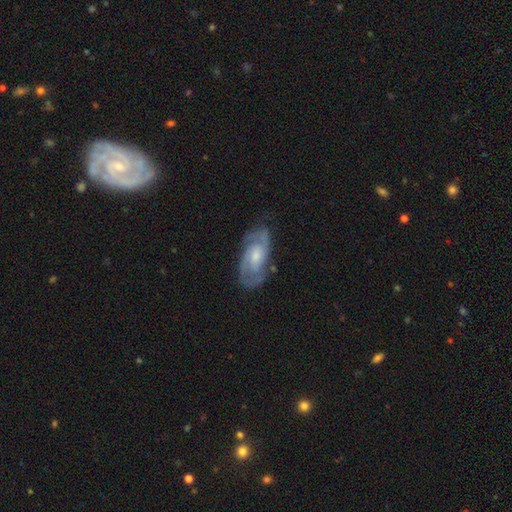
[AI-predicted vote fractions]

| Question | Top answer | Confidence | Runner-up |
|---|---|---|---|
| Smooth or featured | featured or disk | 82% | smooth (13%) |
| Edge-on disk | no | 95% | yes (5%) |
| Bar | no | 54% | weak (39%) |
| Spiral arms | yes | 95% | no (5%) |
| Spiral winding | tight | 47% | medium (43%) |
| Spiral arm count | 2 | 71% | can't tell (13%) |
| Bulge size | moderate | 43% | small (42%) |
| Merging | none | 74% | minor disturbance (18%) |